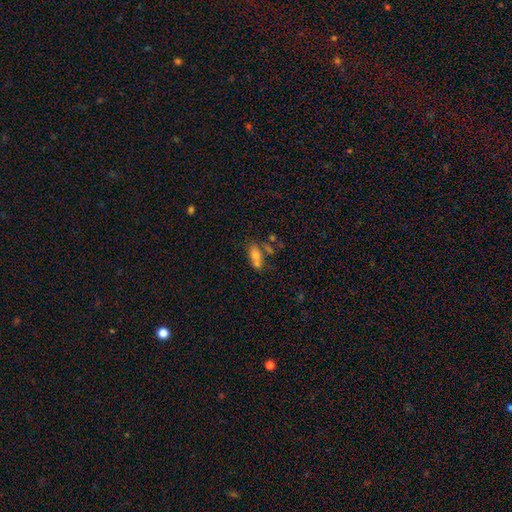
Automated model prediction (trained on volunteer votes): Q: Smooth or featured?
A: smooth (64%); runner-up: featured or disk (23%)
Q: How rounded?
A: in between (78%); runner-up: cigar-shaped (16%)
Q: Merging?
A: none (41%); runner-up: merger (31%)